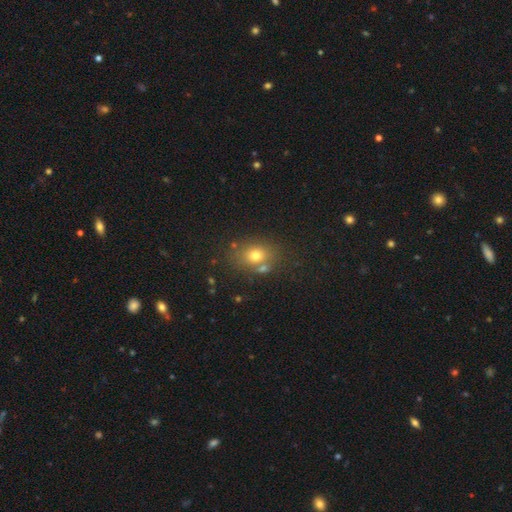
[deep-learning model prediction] Q: Smooth or featured?
A: smooth (72%); runner-up: star or artifact (14%)
Q: How rounded?
A: in between (51%); runner-up: round (48%)
Q: Merging?
A: none (66%); runner-up: merger (17%)